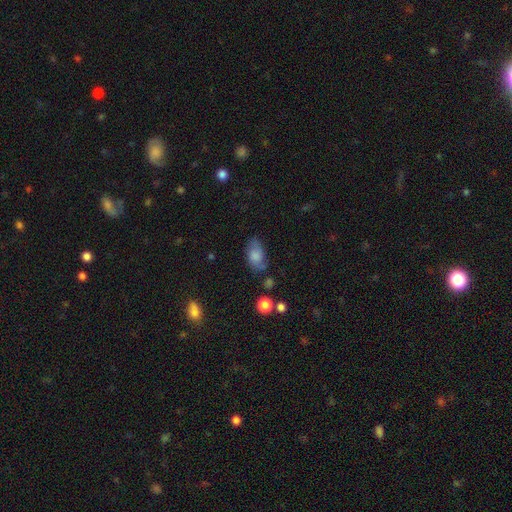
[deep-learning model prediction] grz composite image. It shows a smooth galaxy with no disk features (62%) that is in between round and cigar-shaped (88%). Merging: none (59%).